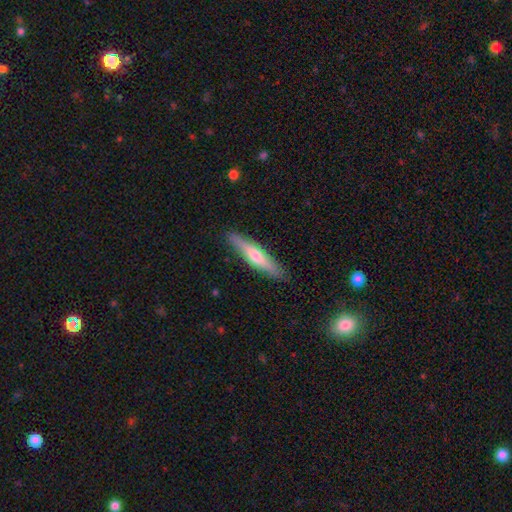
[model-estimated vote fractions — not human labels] Morphology: type=smooth (48%); merging=none (88%).